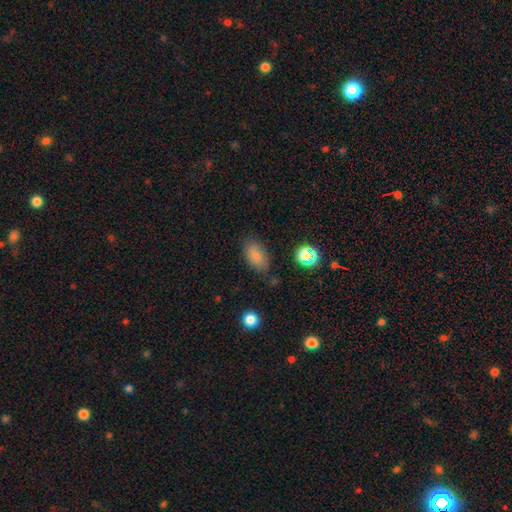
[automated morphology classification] Smooth or featured?
  - smooth: 80% *
  - star or artifact: 11%
  - featured or disk: 9%
How rounded?
  - in between: 91% *
  - round: 7%
  - cigar-shaped: 3%
Merging?
  - none: 75% *
  - minor disturbance: 18%
  - major disturbance: 4%
  - merger: 3%